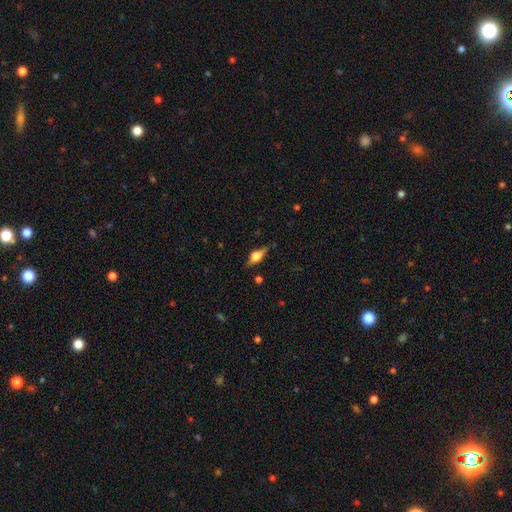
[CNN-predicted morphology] A featured or disk galaxy (63%) viewed edge-on (95%) with a rounded central bulge (92%). Merging: none (81%).